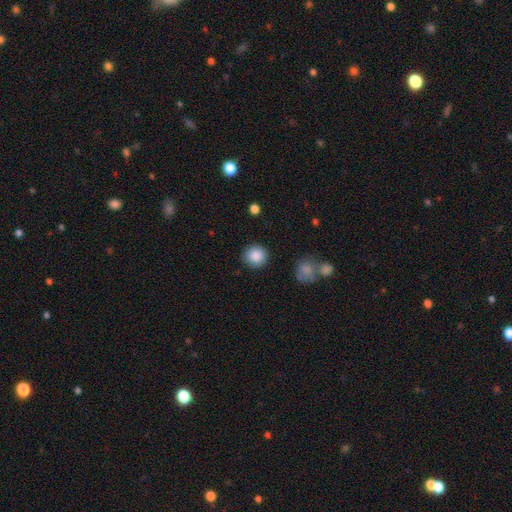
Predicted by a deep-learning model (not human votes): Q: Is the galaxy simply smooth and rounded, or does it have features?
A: smooth — 88%.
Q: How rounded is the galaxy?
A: round — 93%.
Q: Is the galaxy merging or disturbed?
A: none — 87%.